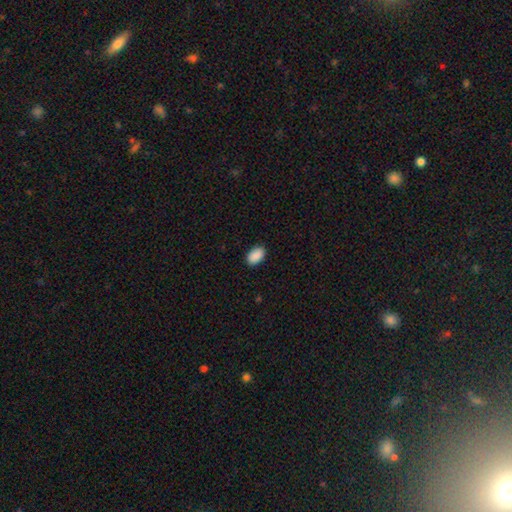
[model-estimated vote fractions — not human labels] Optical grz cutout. It shows a smooth galaxy with no disk features (91%) that is in between round and cigar-shaped (92%). Merging: none (89%).